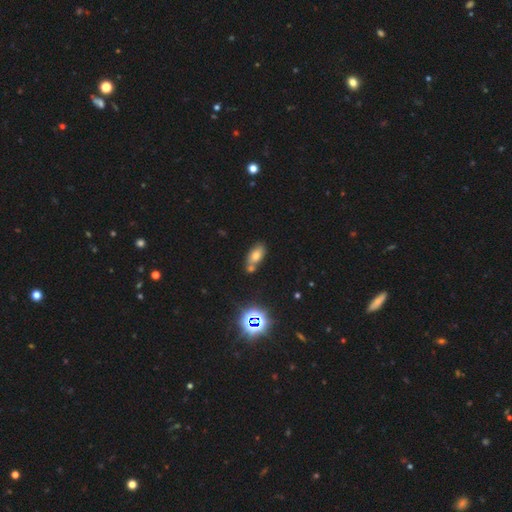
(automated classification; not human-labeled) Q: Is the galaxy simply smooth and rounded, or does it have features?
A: smooth — 68%.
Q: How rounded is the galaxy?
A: in between — 87%.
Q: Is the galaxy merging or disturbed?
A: none — 51%.